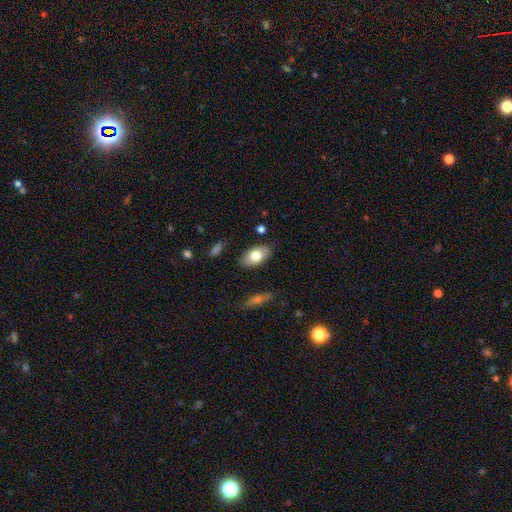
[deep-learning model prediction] smooth 75%, featured or disk 18%, star or artifact 7%. Down the decision tree: how rounded — in between (92%); merging — none (85%).